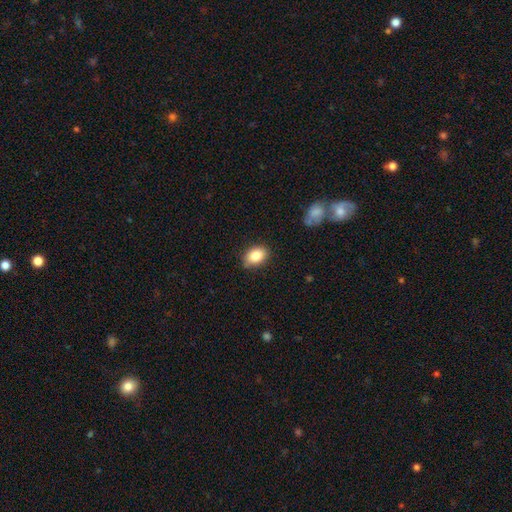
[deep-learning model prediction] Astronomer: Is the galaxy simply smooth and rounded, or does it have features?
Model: smooth — 84%.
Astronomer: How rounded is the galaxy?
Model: in between — 79%.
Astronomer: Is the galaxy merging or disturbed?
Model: none — 82%.